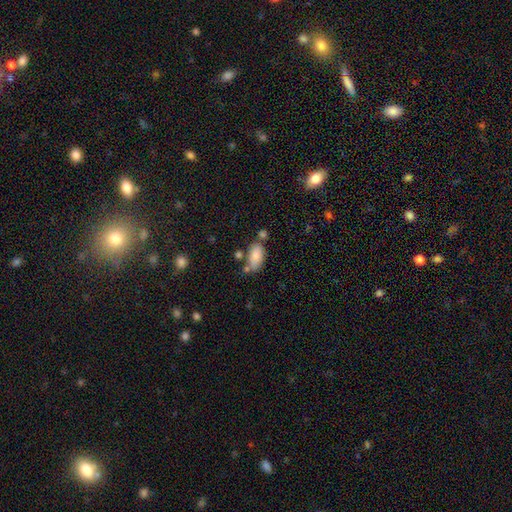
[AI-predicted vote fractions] A smooth galaxy with no disk features (80%) that is in between round and cigar-shaped (93%).

Vote fractions:
- Smooth or featured? smooth: 80% / featured or disk: 12% / star or artifact: 8%
- How rounded? in between: 93% / round: 4% / cigar-shaped: 3%
- Merging? none: 58% / minor disturbance: 19% / merger: 18% / major disturbance: 5%